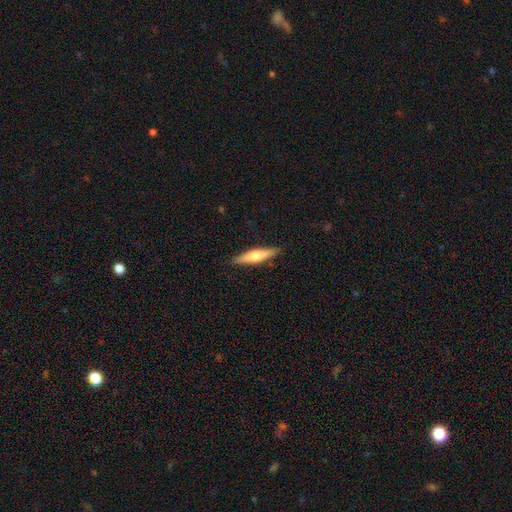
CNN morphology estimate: smooth 52%, featured or disk 43%, star or artifact 6%. Down the decision tree: how rounded — cigar-shaped (78%); merging — none (89%).